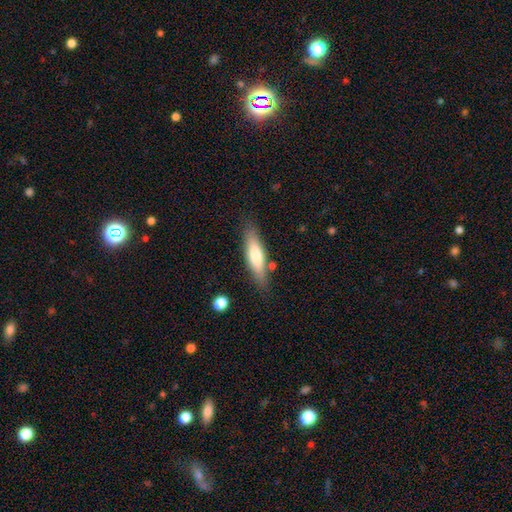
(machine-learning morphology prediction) type=smooth (64%); roundness=cigar-shaped (72%); merging=none (80%).